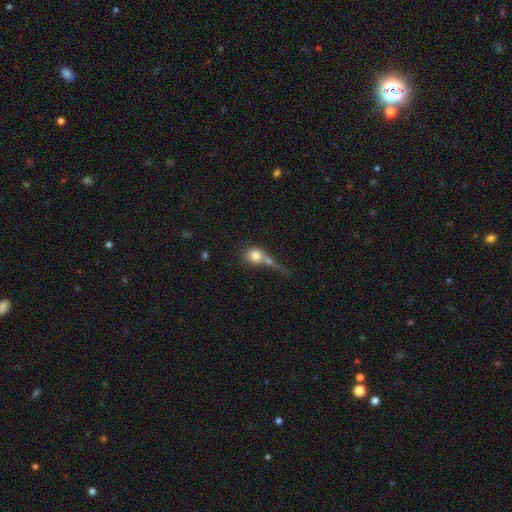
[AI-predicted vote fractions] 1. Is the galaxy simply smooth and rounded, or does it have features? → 75% smooth, 16% featured or disk, 9% star or artifact.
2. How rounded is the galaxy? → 70% round, 27% in between, 4% cigar-shaped.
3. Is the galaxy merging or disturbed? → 52% merger, 24% none, 15% major disturbance, 10% minor disturbance.